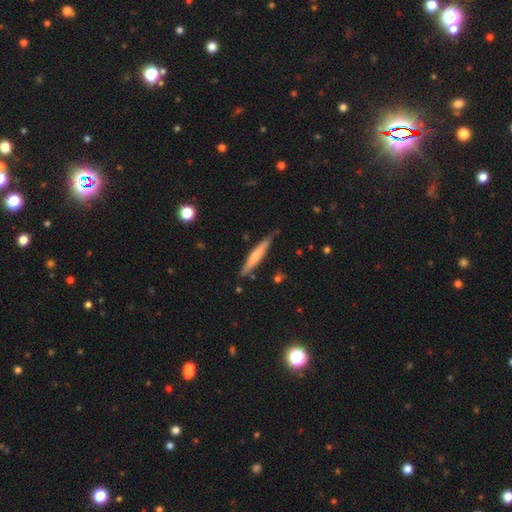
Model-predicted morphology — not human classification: type=smooth (55%); roundness=cigar-shaped (93%); merging=none (78%).